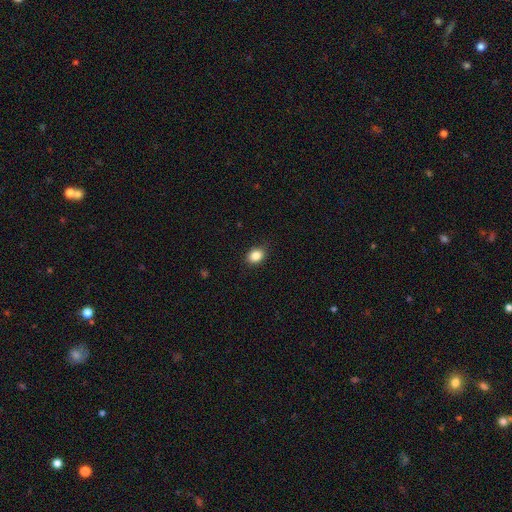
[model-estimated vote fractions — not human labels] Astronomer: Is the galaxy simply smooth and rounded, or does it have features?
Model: smooth — 86%.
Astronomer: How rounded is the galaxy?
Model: in between — 60% (runner-up: round, 39%).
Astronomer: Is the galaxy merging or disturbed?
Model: none — 88%.